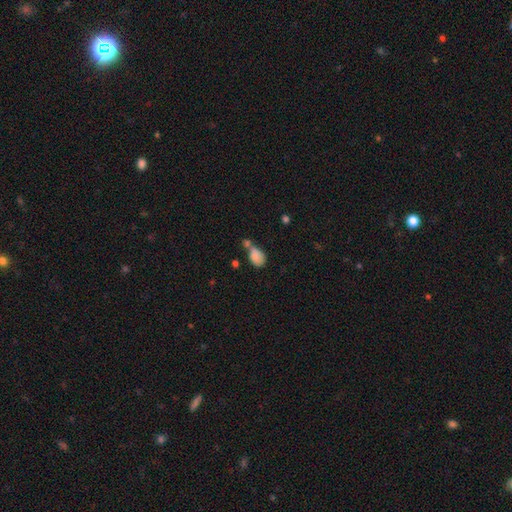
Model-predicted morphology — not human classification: Overall: smooth (82%). How rounded: in between (79%). Merging: merger (44%; none 30%).